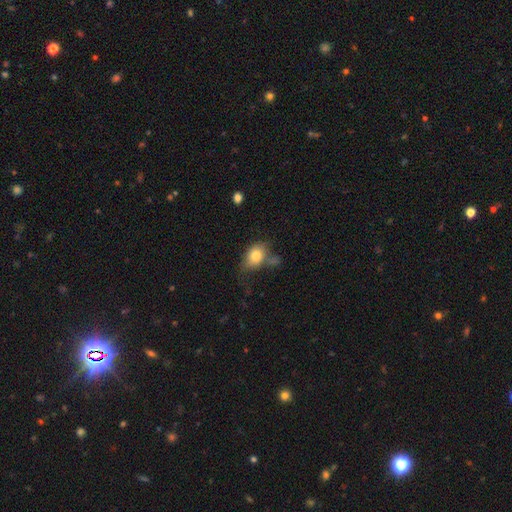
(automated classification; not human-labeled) A smooth galaxy with no disk features (77%) that is in between round and cigar-shaped (70%).

Vote fractions:
- Smooth or featured? smooth: 77% / featured or disk: 14% / star or artifact: 9%
- How rounded? in between: 70% / round: 28% / cigar-shaped: 2%
- Merging? none: 44% / minor disturbance: 29% / merger: 14% / major disturbance: 14%